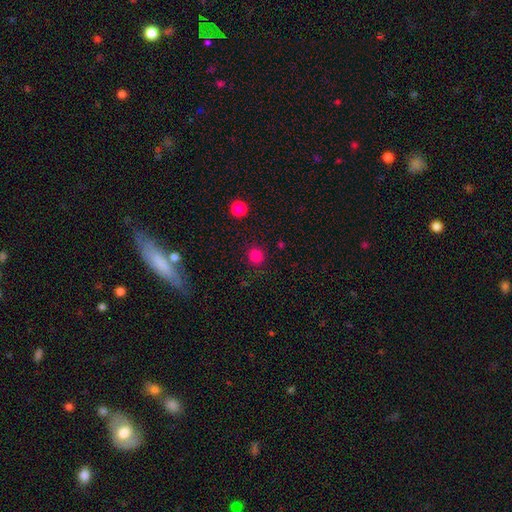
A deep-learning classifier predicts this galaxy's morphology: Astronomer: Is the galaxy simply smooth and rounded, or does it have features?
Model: smooth — 82%.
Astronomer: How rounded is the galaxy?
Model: round — 93%.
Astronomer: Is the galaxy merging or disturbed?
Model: none — 90%.